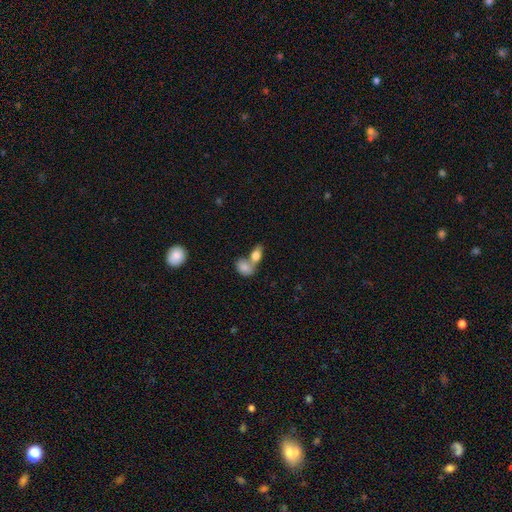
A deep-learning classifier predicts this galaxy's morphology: type=smooth (80%); roundness=in between (84%); merging=merger (60%).